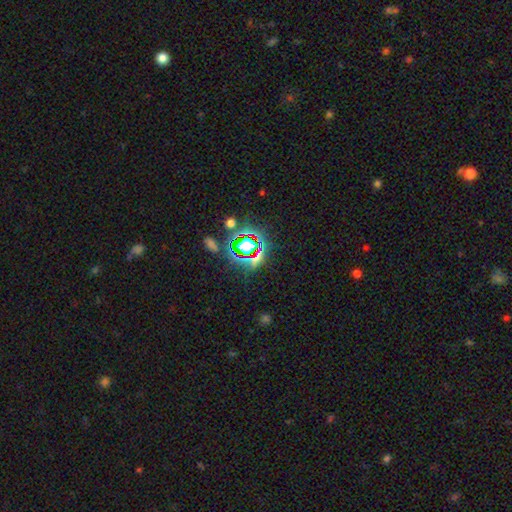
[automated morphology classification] type=star or artifact (68%).